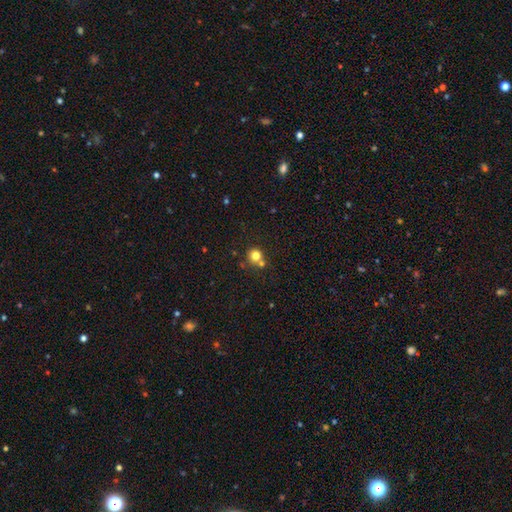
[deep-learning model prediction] The model was most divided on "merging": none: 62%, merger: 27%, minor disturbance: 8%, major disturbance: 3%. More confident: how rounded — round (91%); smooth or featured — smooth (78%).